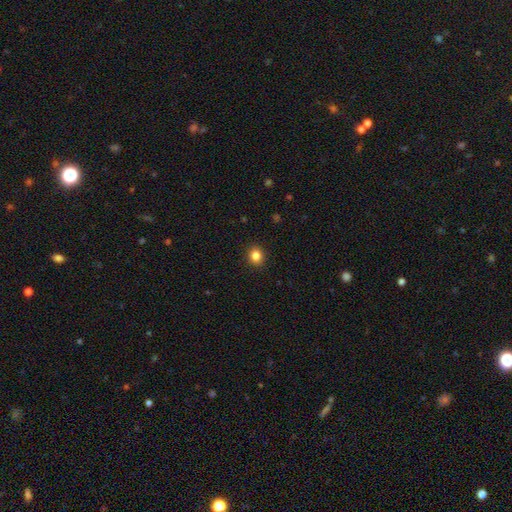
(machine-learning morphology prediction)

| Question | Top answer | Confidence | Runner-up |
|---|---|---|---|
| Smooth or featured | smooth | 84% | star or artifact (11%) |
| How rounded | round | 71% | in between (28%) |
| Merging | none | 92% | minor disturbance (6%) |